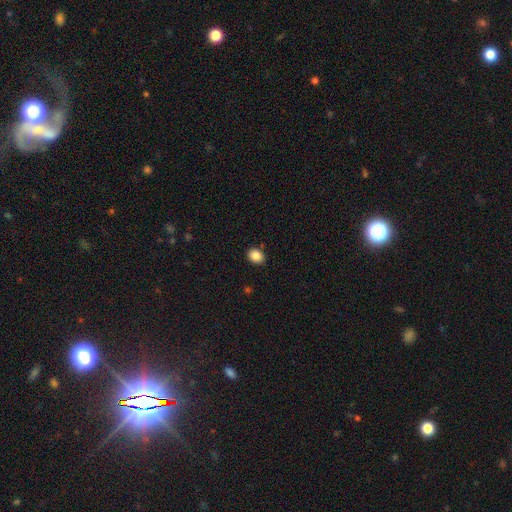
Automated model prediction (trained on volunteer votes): smooth-or-featured: smooth: 87% | star or artifact: 9% | featured or disk: 4%
  how-rounded: in between: 57% | round: 42% | cigar-shaped: 1%
  merging: none: 88% | minor disturbance: 8% | major disturbance: 2% | merger: 2%